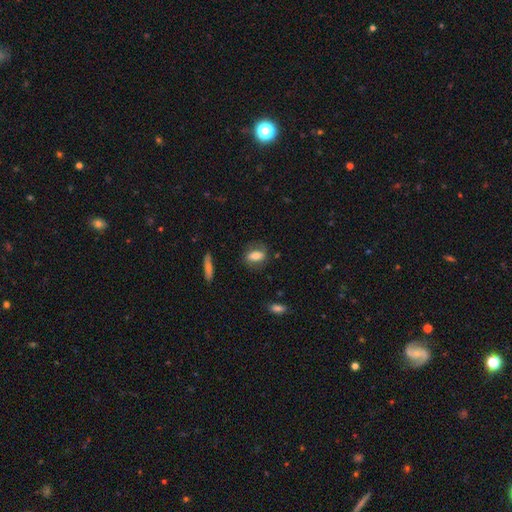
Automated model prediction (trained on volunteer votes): Smooth or featured: smooth — 69% (featured or disk — 23%)
How rounded: in between — 78% (round — 15%)
Merging: none — 72% (minor disturbance — 19%)